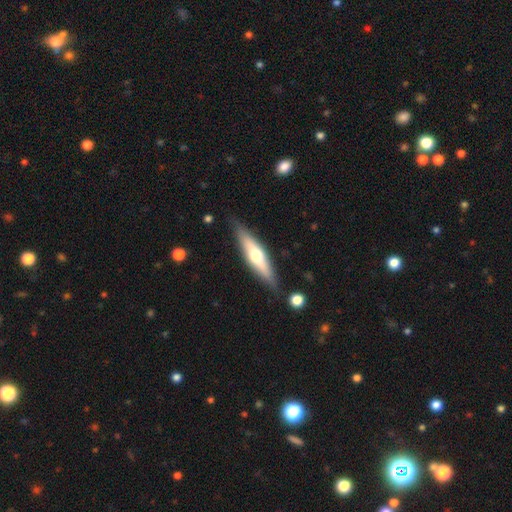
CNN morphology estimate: Smooth or featured? featured or disk (53%)
Edge-on disk? yes (90%)
Merging? none (83%)